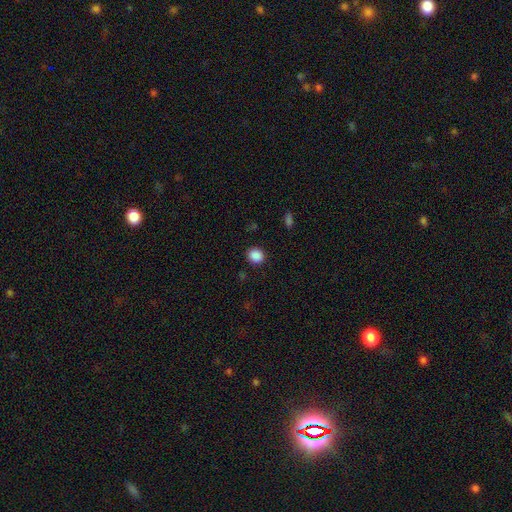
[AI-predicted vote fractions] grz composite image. It shows a smooth galaxy with no disk features (88%) that is round (84%). Merging: none (90%).